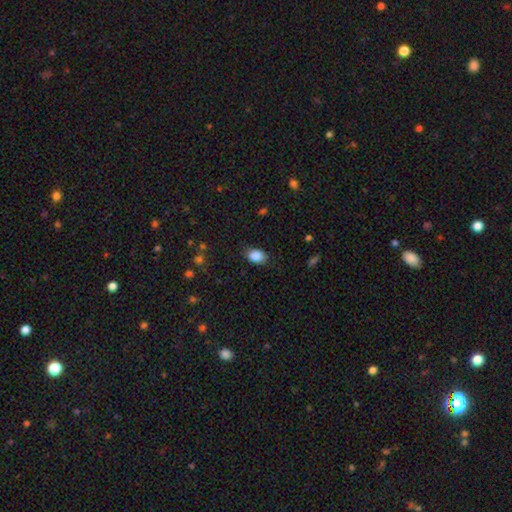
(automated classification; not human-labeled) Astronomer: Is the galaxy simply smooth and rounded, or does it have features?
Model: smooth — 88%.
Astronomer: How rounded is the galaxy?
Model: in between — 83%.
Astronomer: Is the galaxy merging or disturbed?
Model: none — 82%.